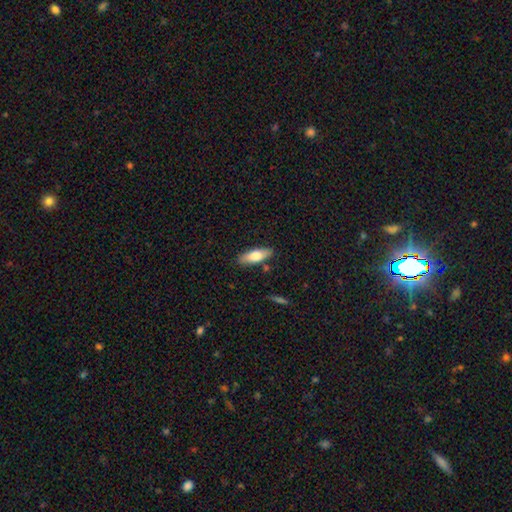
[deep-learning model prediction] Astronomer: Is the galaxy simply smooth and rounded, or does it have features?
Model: smooth — 74%.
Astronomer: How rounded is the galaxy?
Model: in between — 65%.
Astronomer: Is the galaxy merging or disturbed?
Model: none — 84%.